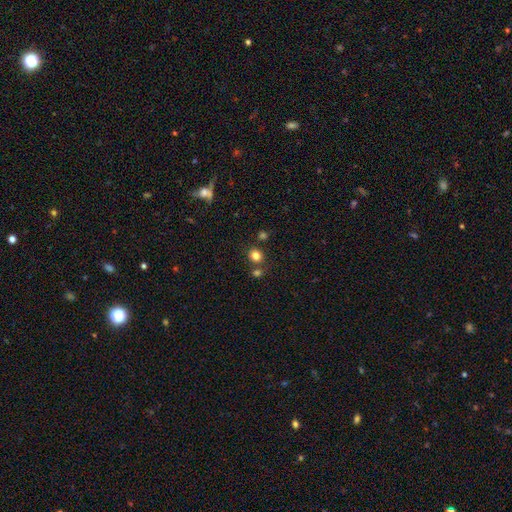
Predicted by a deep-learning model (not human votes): Smooth or featured? smooth (81%)
How rounded? round (77%)
Merging? none (74%)